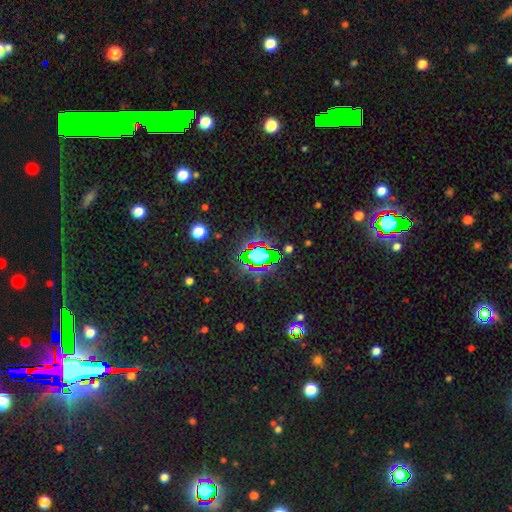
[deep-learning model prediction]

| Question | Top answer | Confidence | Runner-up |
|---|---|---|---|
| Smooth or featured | star or artifact | 65% | smooth (23%) |